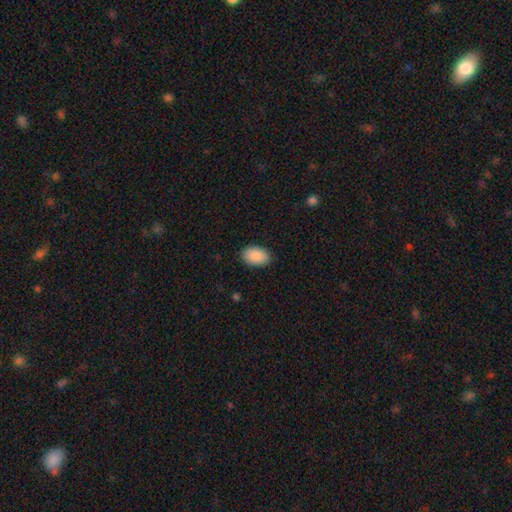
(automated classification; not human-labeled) smooth 91%, star or artifact 6%, featured or disk 3%. Down the decision tree: how rounded — in between (92%); merging — none (88%).